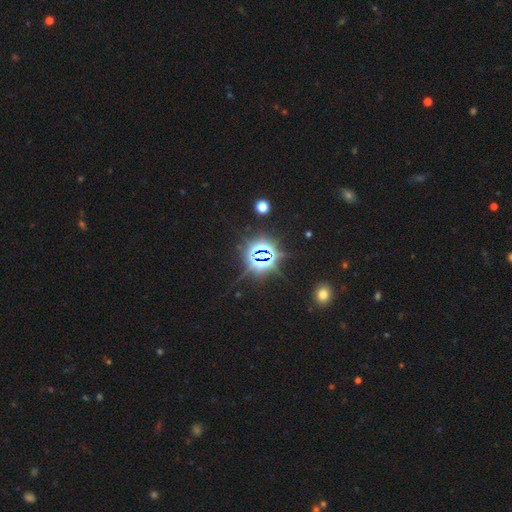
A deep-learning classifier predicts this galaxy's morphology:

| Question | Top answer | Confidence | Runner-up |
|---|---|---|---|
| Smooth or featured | star or artifact | 84% | smooth (8%) |